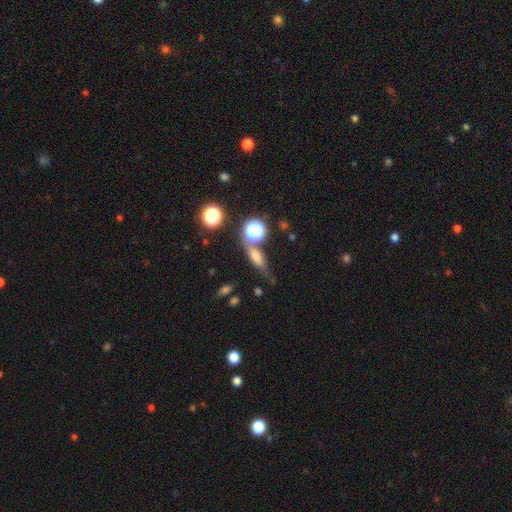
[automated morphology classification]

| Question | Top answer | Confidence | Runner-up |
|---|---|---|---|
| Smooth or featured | smooth | 53% | featured or disk (25%) |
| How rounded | cigar-shaped | 40% | tied: in between (40%) |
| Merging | none | 63% | minor disturbance (16%) |